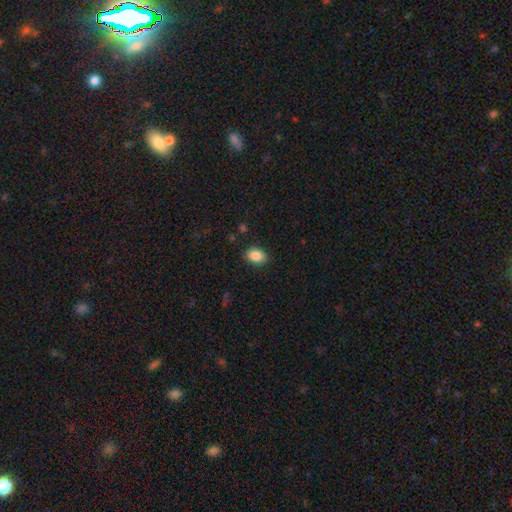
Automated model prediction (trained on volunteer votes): Q: Smooth or featured?
A: smooth (88%); runner-up: star or artifact (8%)
Q: How rounded?
A: in between (78%); runner-up: round (21%)
Q: Merging?
A: none (86%); runner-up: minor disturbance (10%)